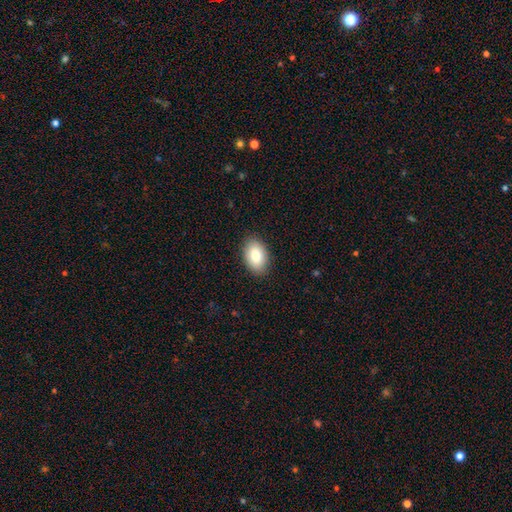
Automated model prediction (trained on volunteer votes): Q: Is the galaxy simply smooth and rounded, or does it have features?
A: smooth — 84%.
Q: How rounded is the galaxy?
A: in between — 89%.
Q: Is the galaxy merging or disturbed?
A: none — 88%.